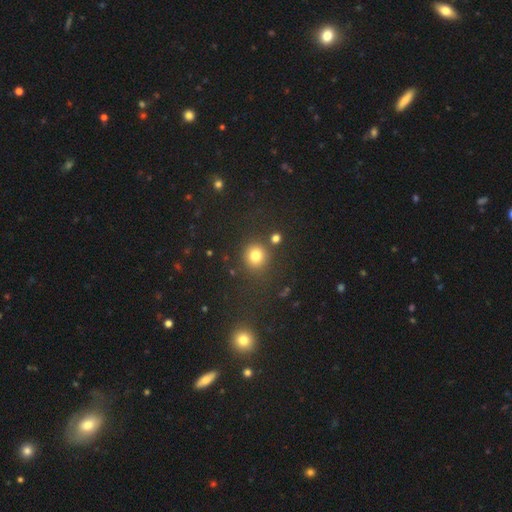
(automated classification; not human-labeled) smooth 78%, star or artifact 16%, featured or disk 6%. Down the decision tree: how rounded — round (90%); merging — none (79%).